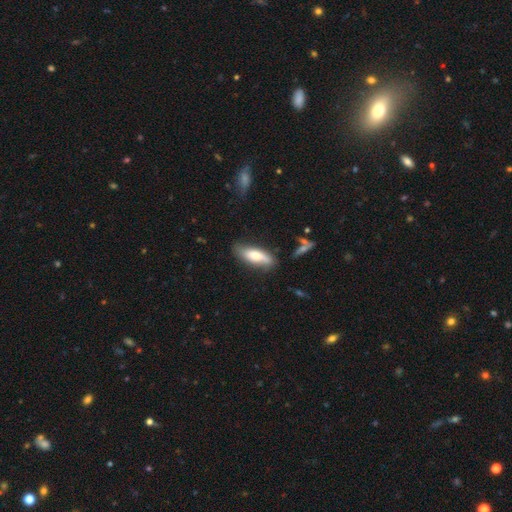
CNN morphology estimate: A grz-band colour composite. It shows a smooth galaxy with no disk features (70%) that is in between round and cigar-shaped (65%). Merging: none (68%).